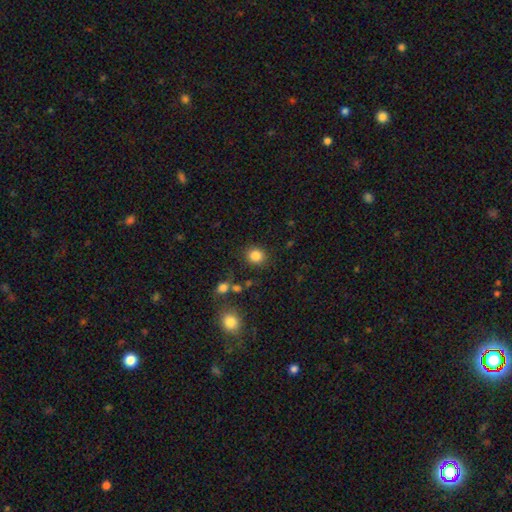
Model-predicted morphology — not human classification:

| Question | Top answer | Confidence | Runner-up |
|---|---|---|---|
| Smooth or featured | smooth | 84% | star or artifact (11%) |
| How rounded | round | 84% | in between (15%) |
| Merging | none | 87% | minor disturbance (7%) |